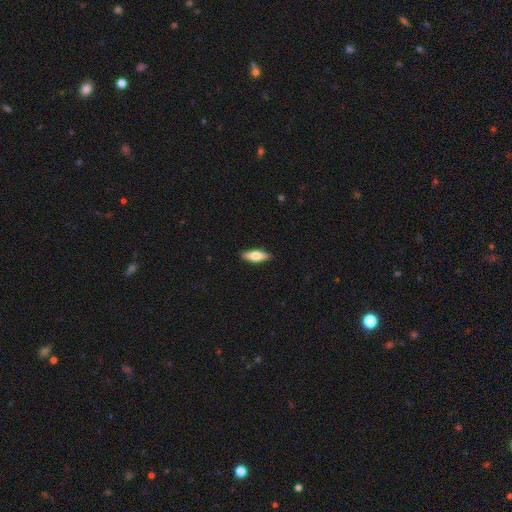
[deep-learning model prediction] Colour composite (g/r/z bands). It shows a smooth galaxy with no disk features (61%) that is in between round and cigar-shaped (59%). Merging: none (89%).